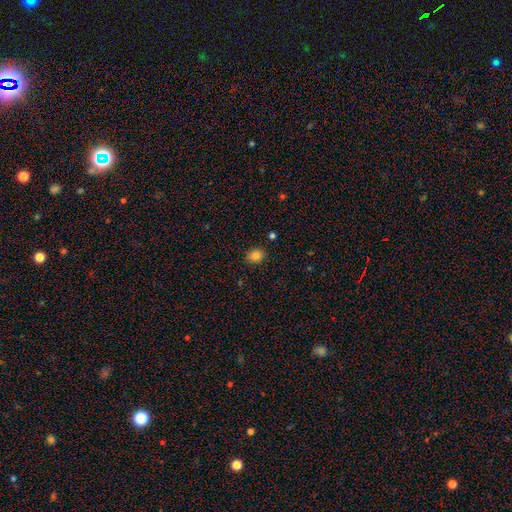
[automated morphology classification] smooth 83%, star or artifact 11%, featured or disk 6%. Down the decision tree: how rounded — round (61%); merging — none (87%).